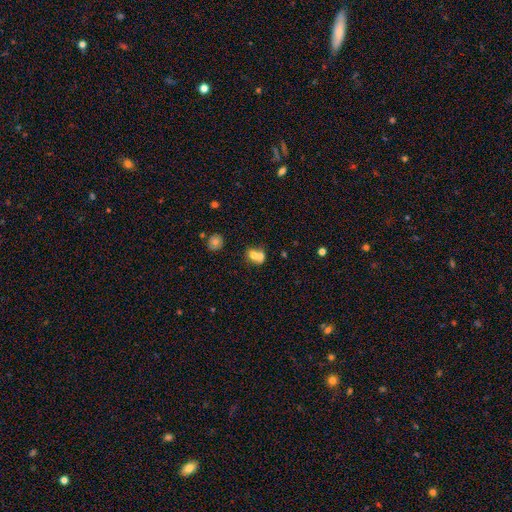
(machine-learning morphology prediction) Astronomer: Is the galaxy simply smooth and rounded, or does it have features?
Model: smooth — 67%.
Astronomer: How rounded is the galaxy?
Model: round — 58% (runner-up: in between, 41%).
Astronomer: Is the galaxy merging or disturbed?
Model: merger — 69%.